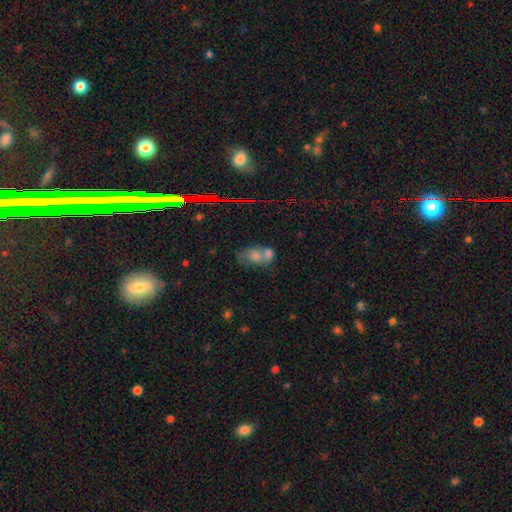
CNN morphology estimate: smooth_or_featured: smooth (p=0.56) [alt: featured or disk p=0.25]
how_rounded: in between (p=0.73) [alt: round p=0.24]
merging: merger (p=0.54) [alt: none p=0.28]